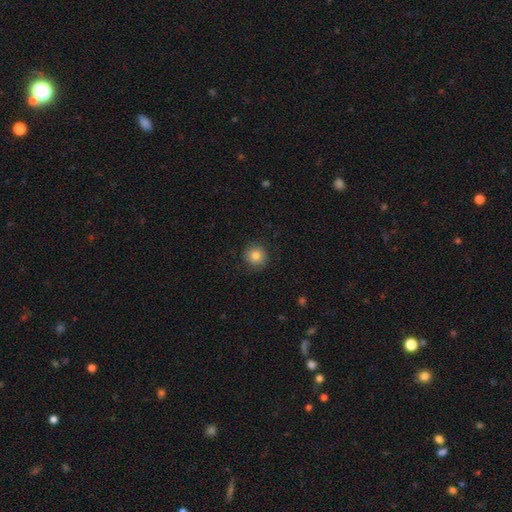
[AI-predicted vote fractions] Smooth or featured? Predicted: smooth (p=0.80). How rounded? Predicted: round (p=0.94). Merging? Predicted: none (p=0.86).